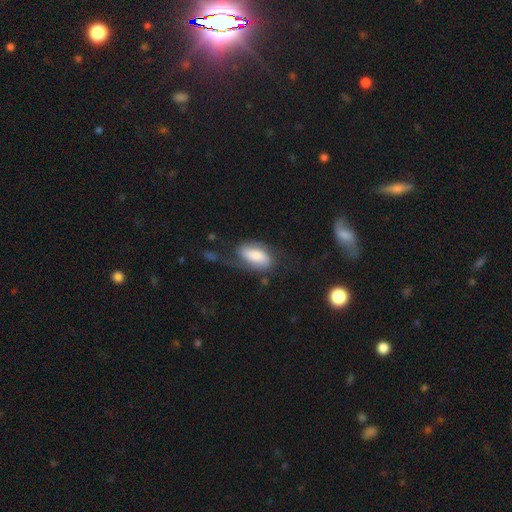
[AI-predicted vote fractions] This is possibly a smooth galaxy (57%). How rounded: clearly in between (91%). Merging: marginally none (42%).